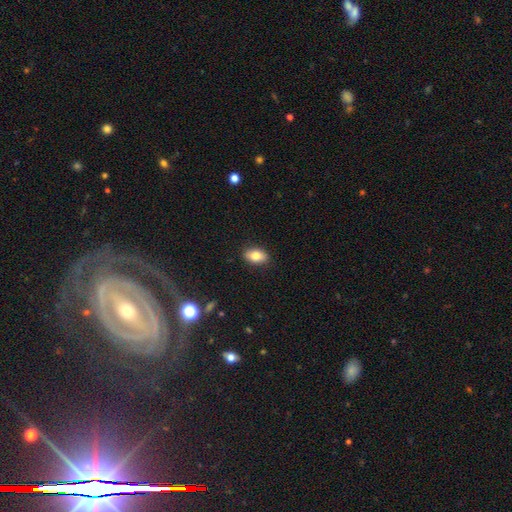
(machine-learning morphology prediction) Smooth or featured? smooth (82%)
How rounded? in between (89%)
Merging? none (89%)